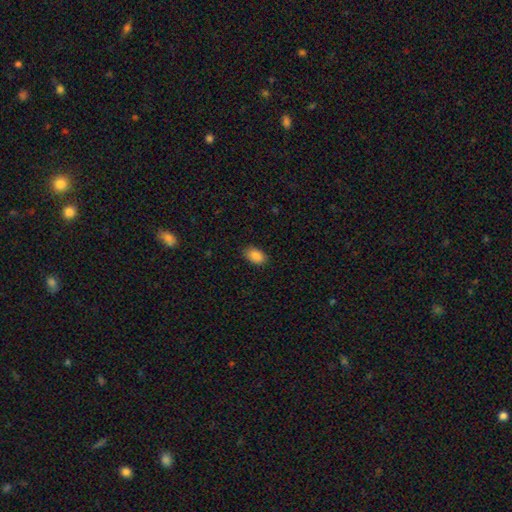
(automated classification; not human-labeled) This is clearly a smooth galaxy (88%). How rounded: clearly in between (91%). Merging: clearly none (87%).